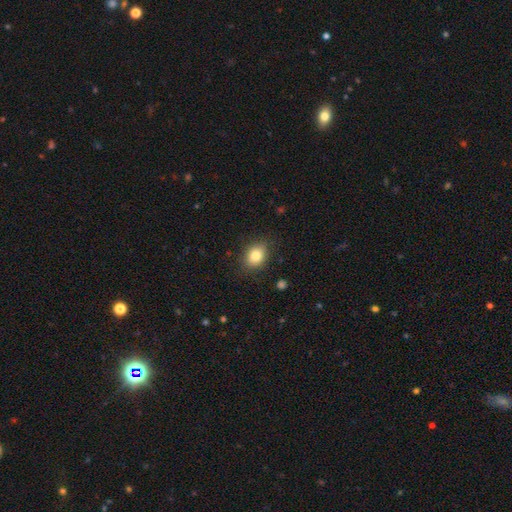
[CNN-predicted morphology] Q: Smooth or featured?
A: smooth (82%); runner-up: star or artifact (9%)
Q: How rounded?
A: in between (64%); runner-up: round (35%)
Q: Merging?
A: none (84%); runner-up: minor disturbance (12%)